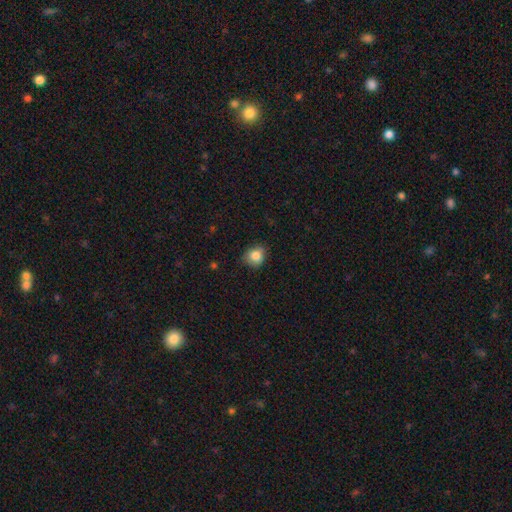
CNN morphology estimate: Overall: smooth (83%). How rounded: round (70%). Merging: none (73%).